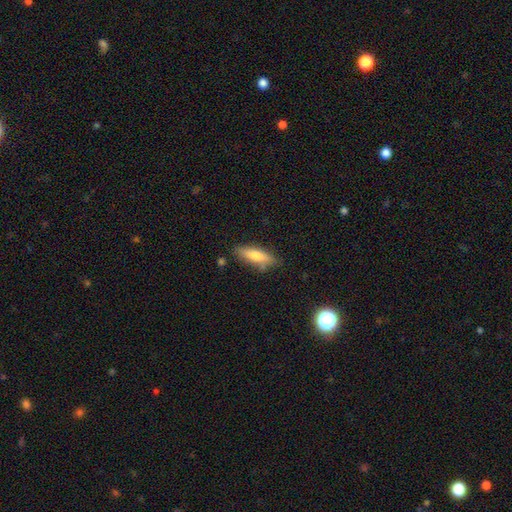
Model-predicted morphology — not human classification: type=smooth (71%); roundness=cigar-shaped (57%); merging=none (75%).